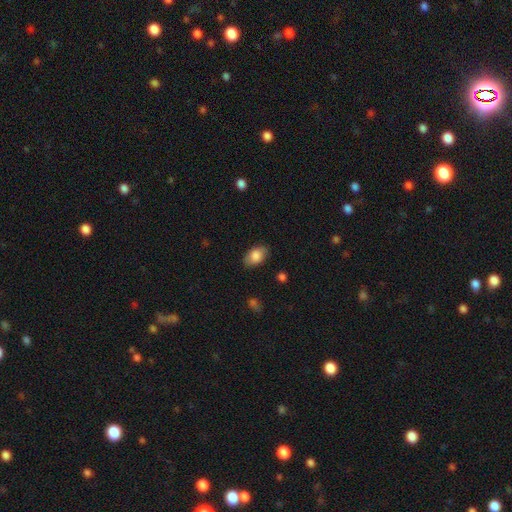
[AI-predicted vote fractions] smooth_or_featured: smooth (p=0.83) [alt: featured or disk p=0.10]
how_rounded: in between (p=0.89) [alt: round p=0.09]
merging: none (p=0.83) [alt: minor disturbance p=0.13]